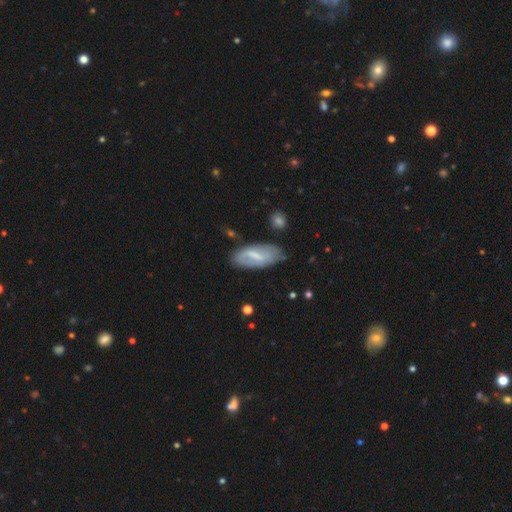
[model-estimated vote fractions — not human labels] Overall: featured or disk (52%; smooth 41%). Edge-on disk: no (89%). Merging: none (73%).